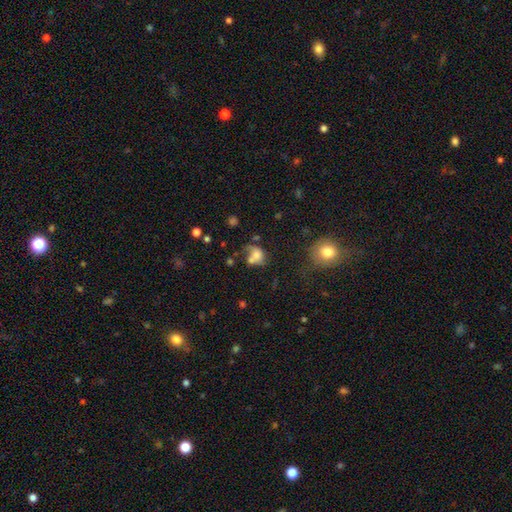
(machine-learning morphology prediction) A smooth galaxy with no disk features (64%) that is round (50%).

Vote fractions:
- Smooth or featured? smooth: 64% / featured or disk: 21% / star or artifact: 15%
- How rounded? round: 50% / in between: 49% / cigar-shaped: 1%
- Merging? none: 33% / merger: 28% / minor disturbance: 20% / major disturbance: 19%